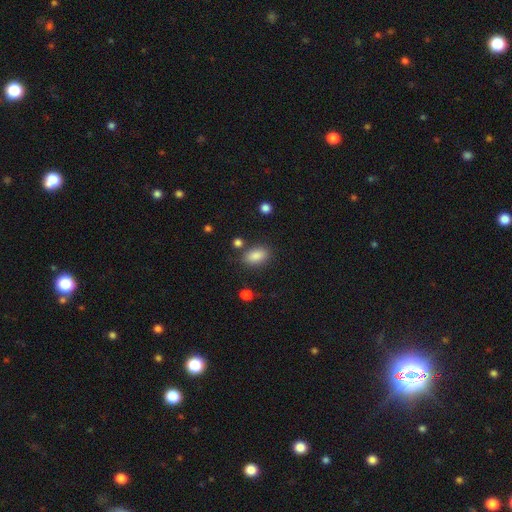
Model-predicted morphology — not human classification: A smooth galaxy with no disk features (87%) that is in between round and cigar-shaped (90%). Merging: none (78%).